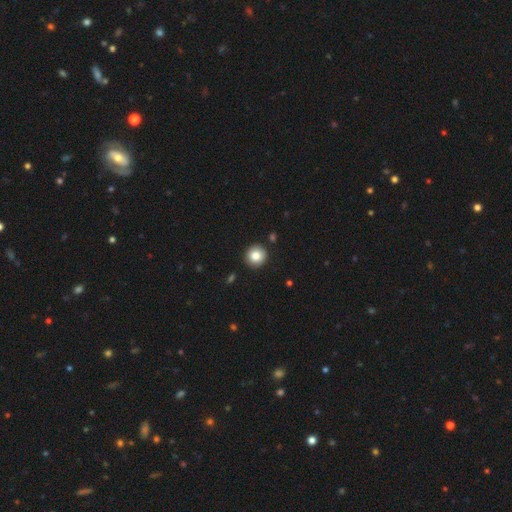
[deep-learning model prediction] Q: Smooth or featured?
A: smooth (84%); runner-up: star or artifact (9%)
Q: How rounded?
A: round (93%); runner-up: in between (6%)
Q: Merging?
A: none (90%); runner-up: minor disturbance (6%)